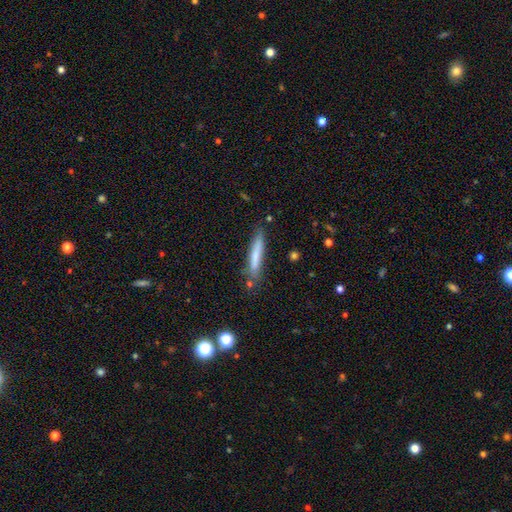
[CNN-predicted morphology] Q: Smooth or featured?
A: smooth (72%); runner-up: featured or disk (21%)
Q: How rounded?
A: cigar-shaped (93%); runner-up: in between (6%)
Q: Merging?
A: none (78%); runner-up: minor disturbance (15%)